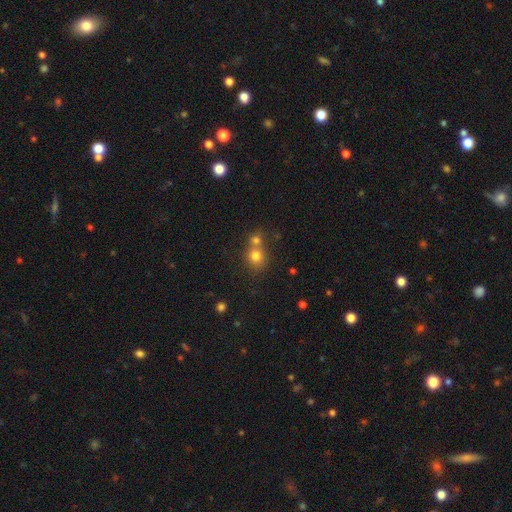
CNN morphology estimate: smooth-or-featured: smooth: 77% | star or artifact: 14% | featured or disk: 10%
  how-rounded: round: 80% | in between: 19% | cigar-shaped: 1%
  merging: merger: 47% | none: 43% | minor disturbance: 7% | major disturbance: 3%